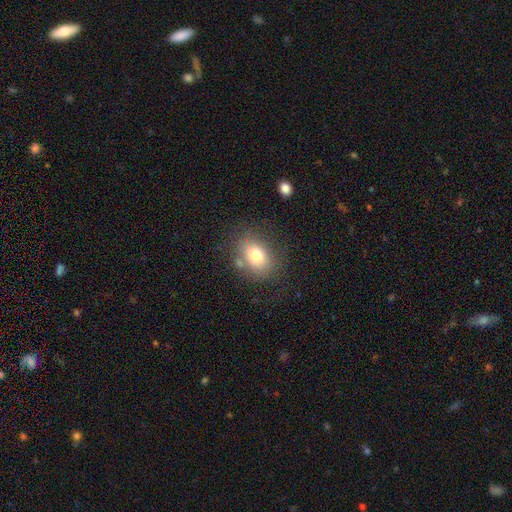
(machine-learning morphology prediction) A smooth galaxy with no disk features (75%) that is in between round and cigar-shaped (56%).

Vote fractions:
- Smooth or featured? smooth: 75% / featured or disk: 14% / star or artifact: 11%
- How rounded? in between: 56% / round: 43% / cigar-shaped: 1%
- Merging? none: 71% / minor disturbance: 15% / merger: 7% / major disturbance: 6%